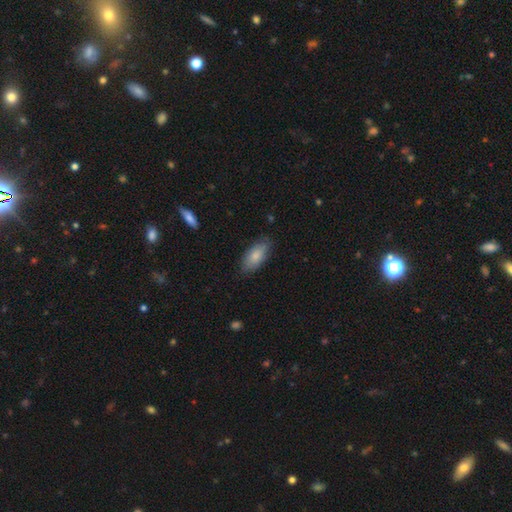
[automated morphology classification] A smooth galaxy with no disk features (81%) that is in between round and cigar-shaped (88%). Merging: none (75%).